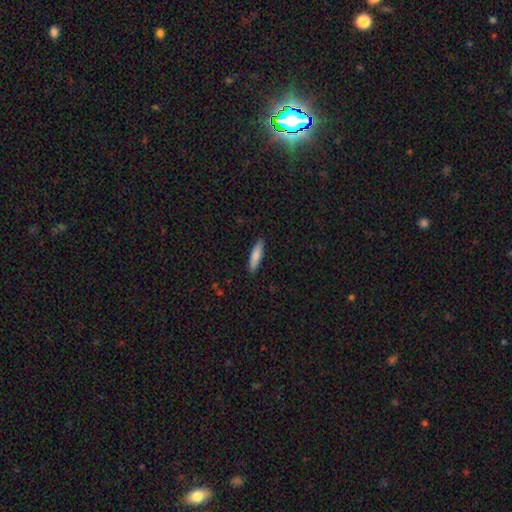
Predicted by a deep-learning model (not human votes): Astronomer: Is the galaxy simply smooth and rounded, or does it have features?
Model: smooth — 81%.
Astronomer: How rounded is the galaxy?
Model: cigar-shaped — 78%.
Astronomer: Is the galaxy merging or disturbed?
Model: none — 89%.